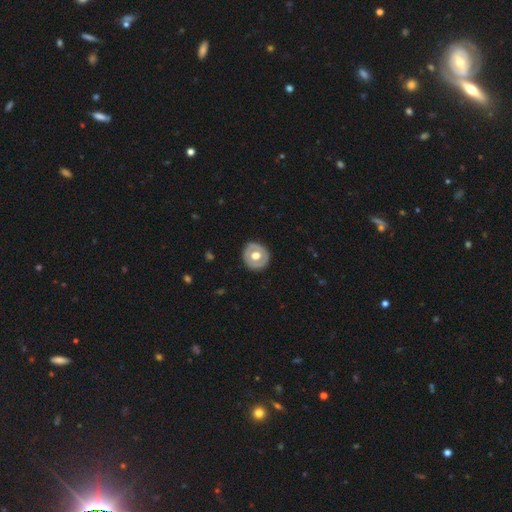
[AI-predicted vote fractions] This appears to be a featured or disk galaxy (47%, tied with smooth). Merging: none (87%).